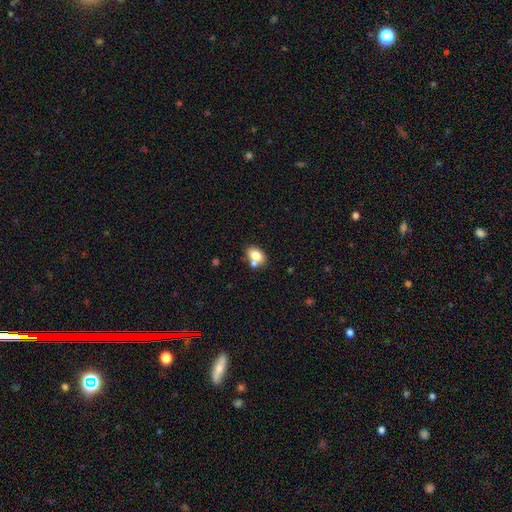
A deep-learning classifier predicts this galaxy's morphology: smooth 77%, featured or disk 14%, star or artifact 9%. Down the decision tree: how rounded — in between (79%); merging — none (54%).